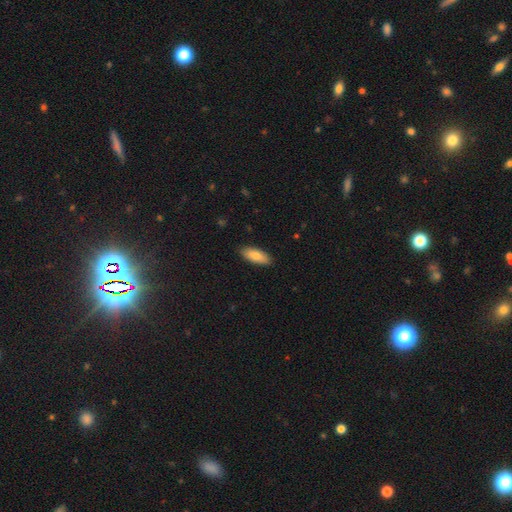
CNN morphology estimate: Smooth or featured? smooth (83%)
How rounded? in between (78%)
Merging? none (88%)